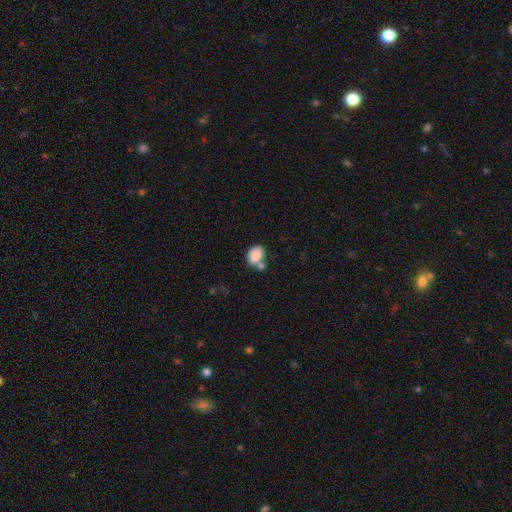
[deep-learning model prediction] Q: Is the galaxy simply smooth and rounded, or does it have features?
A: smooth — 86%.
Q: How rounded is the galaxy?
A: in between — 69%.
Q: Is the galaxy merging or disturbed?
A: none — 44%.